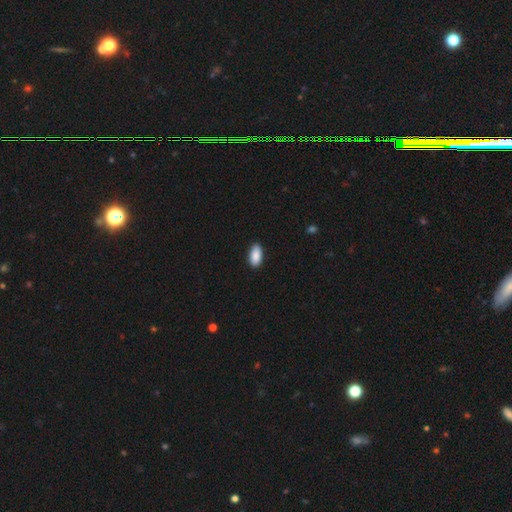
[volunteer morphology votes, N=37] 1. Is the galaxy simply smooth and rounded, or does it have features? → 89% smooth, 8% featured or disk, 3% star or artifact.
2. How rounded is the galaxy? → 88% in between, 9% cigar-shaped, 3% round.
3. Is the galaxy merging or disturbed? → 81% none, 19% minor disturbance, 0% major disturbance, 0% merger.